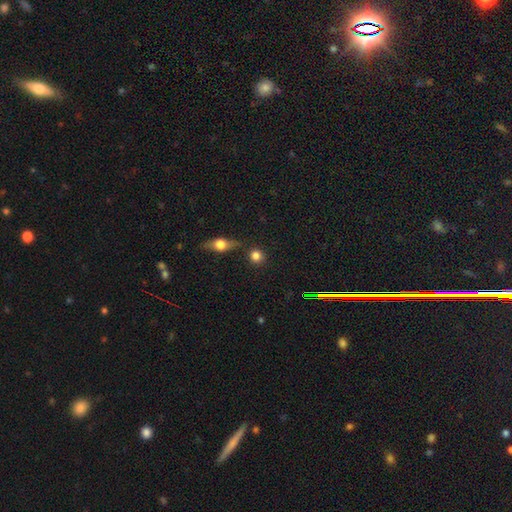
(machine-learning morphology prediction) Smooth or featured: smooth — 80% (star or artifact — 12%)
How rounded: round — 87% (in between — 11%)
Merging: none — 79% (minor disturbance — 9%)